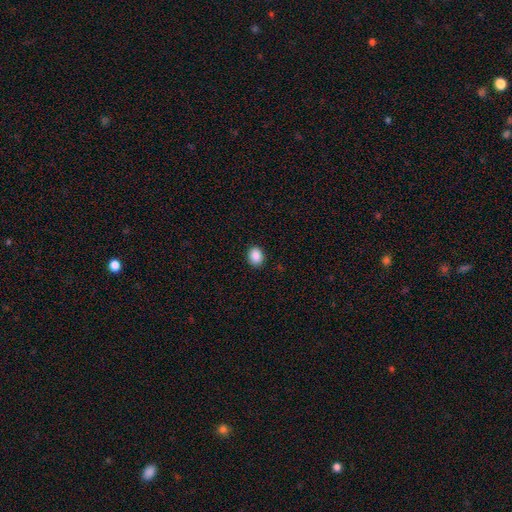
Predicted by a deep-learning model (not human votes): Smooth or featured? smooth (88%)
How rounded? in between (50%)
Merging? none (91%)